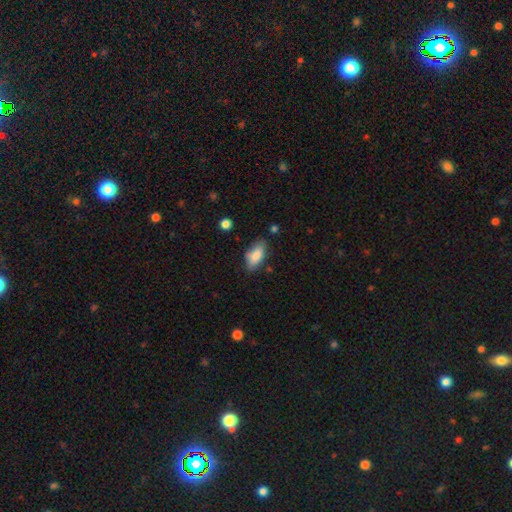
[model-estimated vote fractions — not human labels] Smooth or featured?
  - smooth: 84% *
  - featured or disk: 10%
  - star or artifact: 7%
How rounded?
  - in between: 87% *
  - cigar-shaped: 10%
  - round: 3%
Merging?
  - none: 72% *
  - minor disturbance: 21%
  - major disturbance: 4%
  - merger: 3%